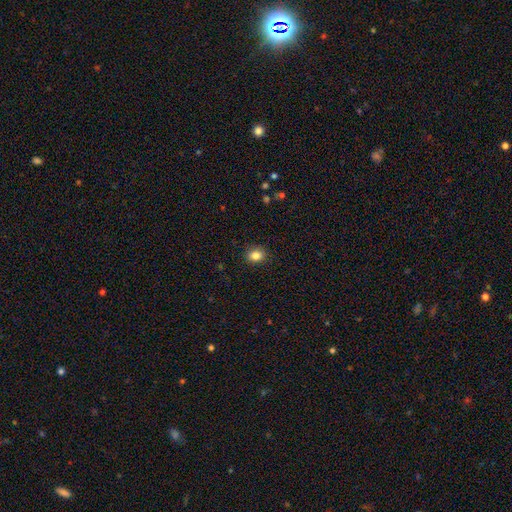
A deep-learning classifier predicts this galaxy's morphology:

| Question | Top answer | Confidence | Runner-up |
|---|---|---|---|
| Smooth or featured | smooth | 85% | star or artifact (10%) |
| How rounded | round | 58% | in between (41%) |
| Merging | none | 89% | minor disturbance (8%) |